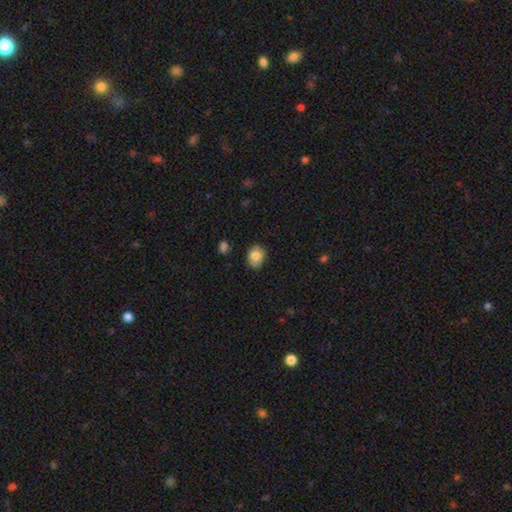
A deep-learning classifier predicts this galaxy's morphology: smooth_or_featured: smooth (p=0.83) [alt: star or artifact p=0.09]
how_rounded: in between (p=0.56) [alt: round p=0.43]
merging: none (p=0.78) [alt: minor disturbance p=0.18]